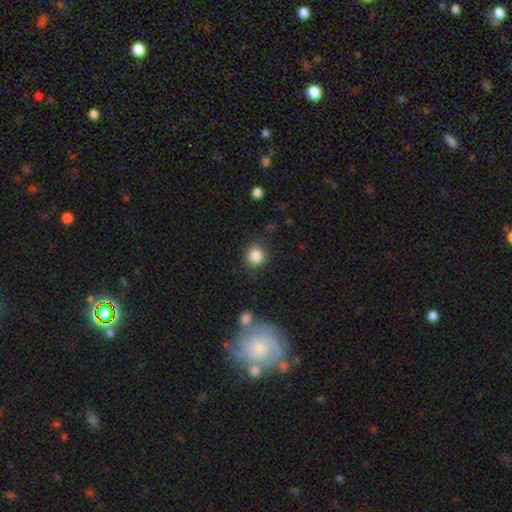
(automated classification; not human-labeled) Overall: smooth (86%). How rounded: round (89%). Merging: none (86%).